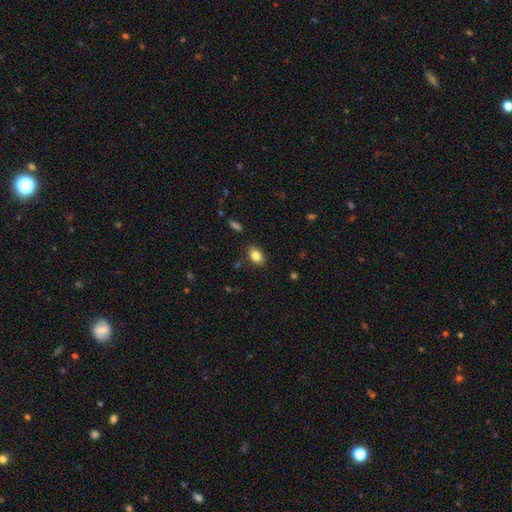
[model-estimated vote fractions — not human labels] Smooth or featured?
  - smooth: 83% *
  - star or artifact: 9%
  - featured or disk: 9%
How rounded?
  - in between: 82% *
  - round: 17%
  - cigar-shaped: 2%
Merging?
  - none: 84% *
  - minor disturbance: 11%
  - major disturbance: 3%
  - merger: 2%